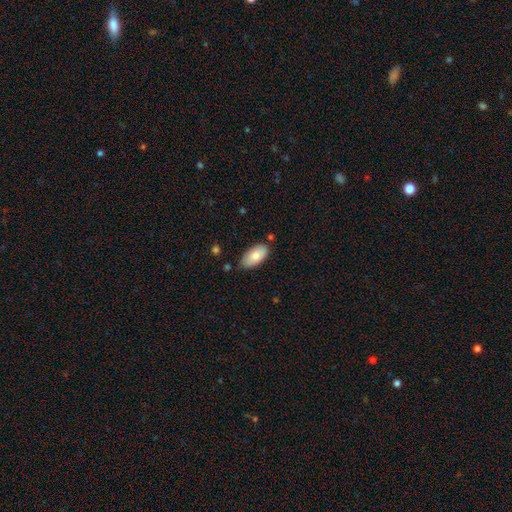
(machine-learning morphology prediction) This is clearly a smooth galaxy (82%). How rounded: clearly in between (95%). Merging: likely none (78%).